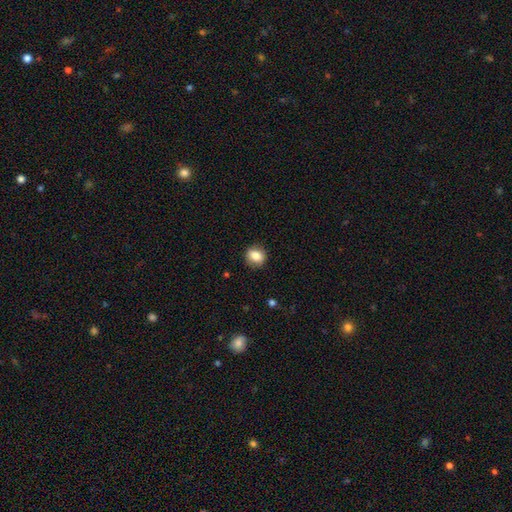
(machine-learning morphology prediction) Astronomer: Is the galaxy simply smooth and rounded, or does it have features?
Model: smooth — 81%.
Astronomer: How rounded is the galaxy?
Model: round — 71%.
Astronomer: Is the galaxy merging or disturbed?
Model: none — 87%.